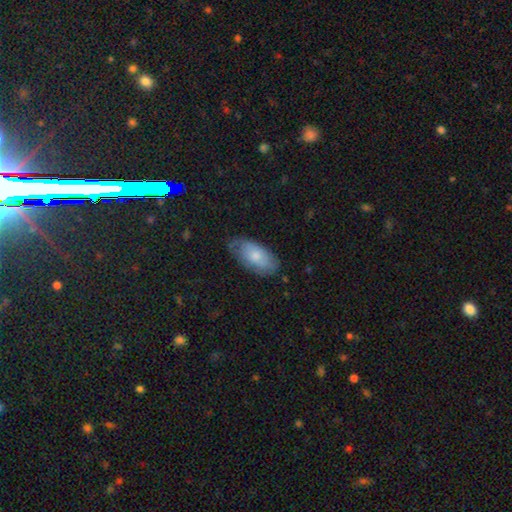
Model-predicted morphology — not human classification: This is likely a smooth galaxy (67%). How rounded: clearly in between (93%). Merging: likely none (66%).